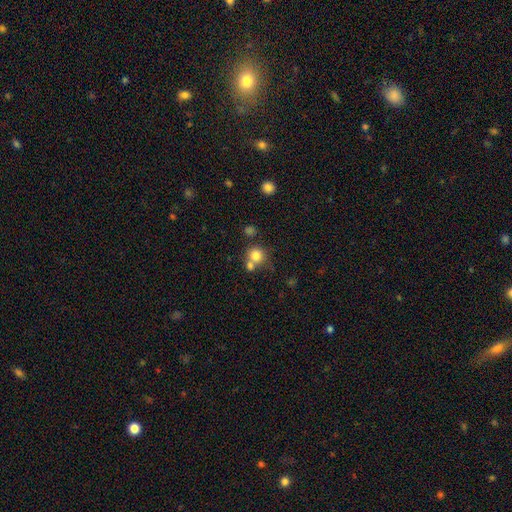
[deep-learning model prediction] Smooth or featured: smooth — 79% (star or artifact — 12%)
How rounded: round — 88% (in between — 11%)
Merging: none — 53% (merger — 33%)